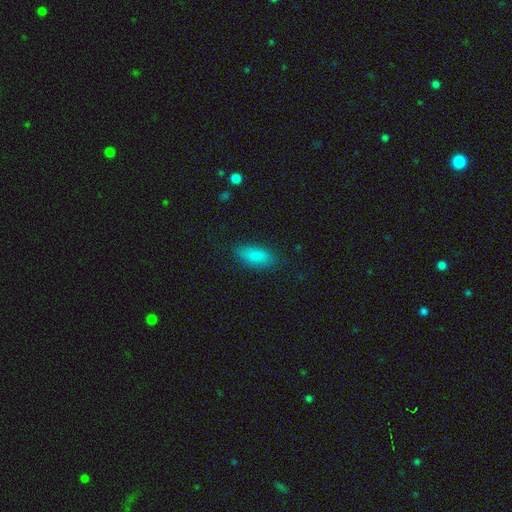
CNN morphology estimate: Q: Smooth or featured?
A: smooth (85%); runner-up: featured or disk (8%)
Q: How rounded?
A: in between (79%); runner-up: cigar-shaped (18%)
Q: Merging?
A: none (82%); runner-up: minor disturbance (13%)